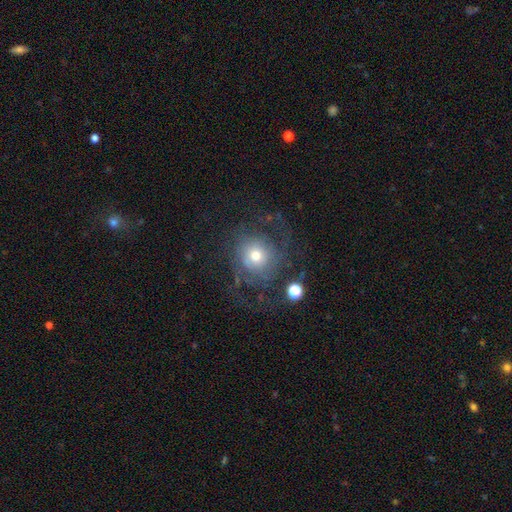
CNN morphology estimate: Smooth or featured? featured or disk (47%)
Merging? none (59%)